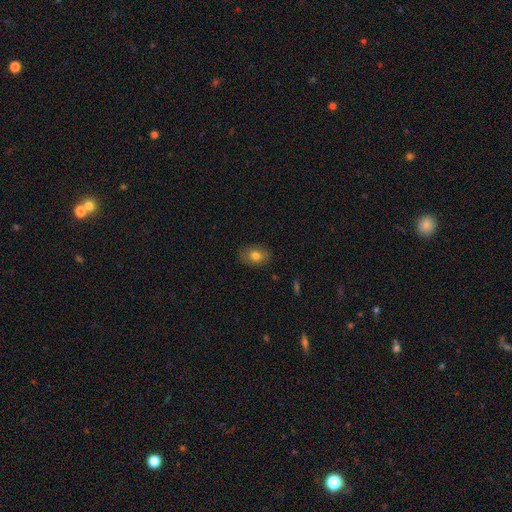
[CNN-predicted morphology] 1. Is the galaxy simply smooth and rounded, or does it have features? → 77% smooth, 14% featured or disk, 9% star or artifact.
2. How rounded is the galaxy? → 77% in between, 21% round, 1% cigar-shaped.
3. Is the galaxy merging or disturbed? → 85% none, 12% minor disturbance, 3% major disturbance, 1% merger.